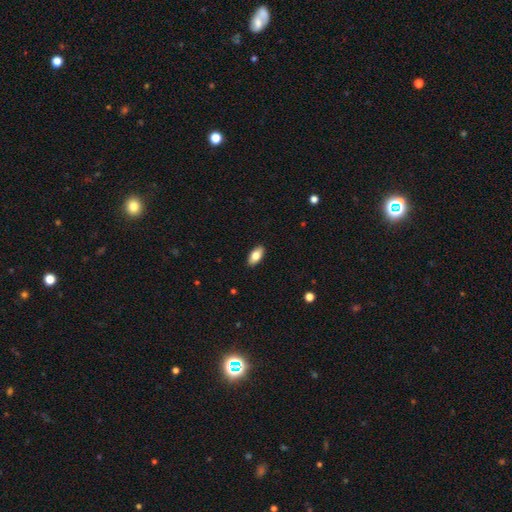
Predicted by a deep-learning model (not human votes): The model was most divided on "smooth or featured": smooth: 80%, featured or disk: 14%, star or artifact: 6%. More confident: how rounded — in between (92%); merging — none (90%).